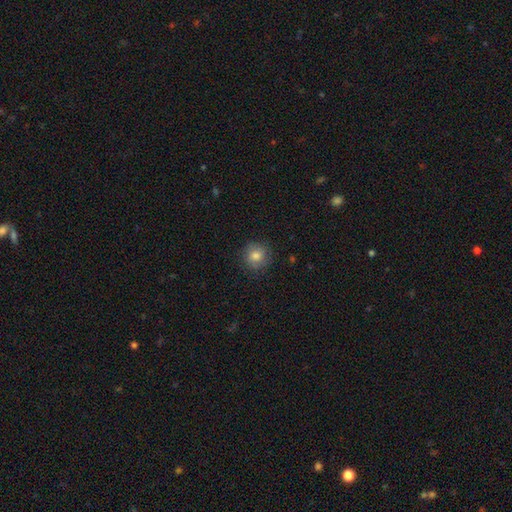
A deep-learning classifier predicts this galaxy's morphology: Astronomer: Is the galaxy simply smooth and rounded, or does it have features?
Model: smooth — 81%.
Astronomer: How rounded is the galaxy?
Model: round — 90%.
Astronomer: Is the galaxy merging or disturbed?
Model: none — 84%.